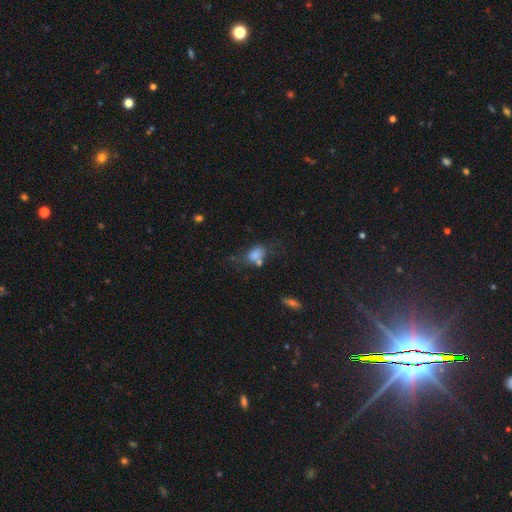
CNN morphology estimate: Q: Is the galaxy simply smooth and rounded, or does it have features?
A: smooth — 72%.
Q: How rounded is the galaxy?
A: in between — 74%.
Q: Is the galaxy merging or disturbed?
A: none — 36%.